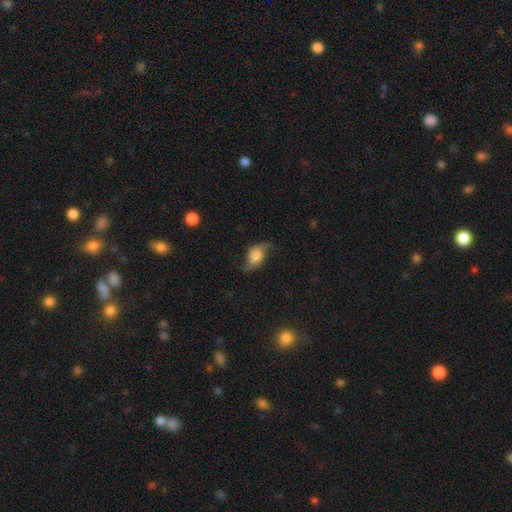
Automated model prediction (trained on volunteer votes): Smooth or featured?
  - featured or disk: 57% *
  - smooth: 33%
  - star or artifact: 10%
Edge-on disk?
  - no: 92% *
  - yes: 8%
Bar?
  - no: 68% *
  - weak: 25%
  - strong: 7%
Spiral arms?
  - yes: 92% *
  - no: 8%
Bulge size?
  - none: 28% *
  - dominant: 26%
  - large: 24%
  - small: 12%
  - moderate: 10%
Merging?
  - none: 65% *
  - minor disturbance: 21%
  - major disturbance: 12%
  - merger: 2%